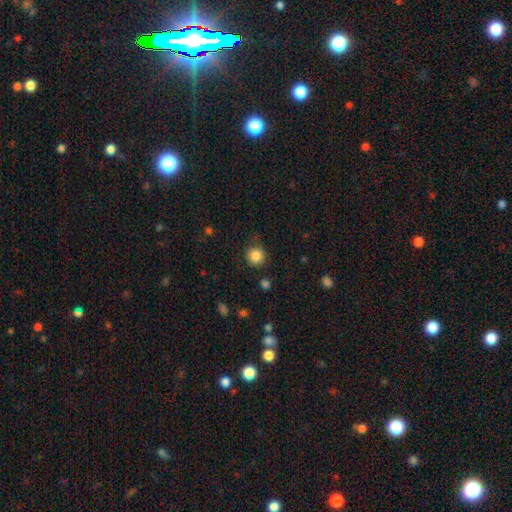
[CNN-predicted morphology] Overall: smooth (85%). How rounded: round (92%). Merging: none (82%).